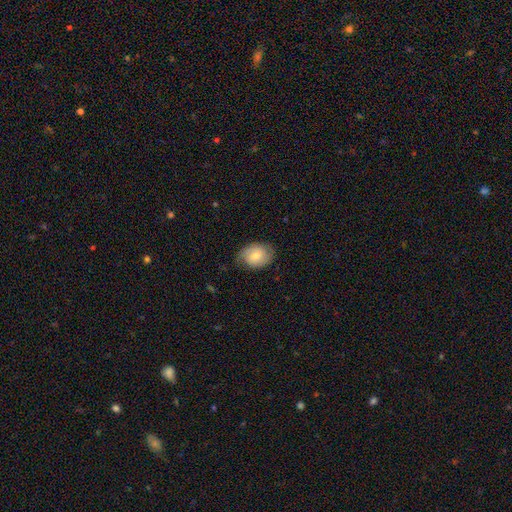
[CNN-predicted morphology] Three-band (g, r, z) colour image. It shows a smooth galaxy with no disk features (57%) that is in between round and cigar-shaped (68%). Merging: none (71%).